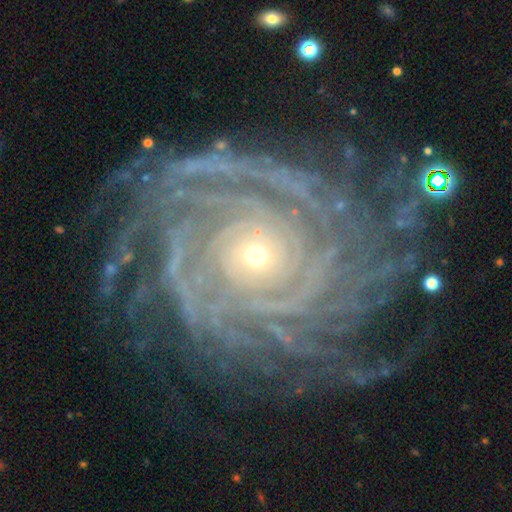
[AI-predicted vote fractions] The model was most divided on "spiral arm count": more than 4: 32%, can't tell: 18%, 4: 18%, 3: 13%, 2: 11%, 1: 9%. More confident: spiral arms — yes (98%); edge-on disk — no (97%); smooth or featured — featured or disk (91%); spiral winding — tight (84%); bar — no (76%); merging — none (75%); bulge size — small (75%).